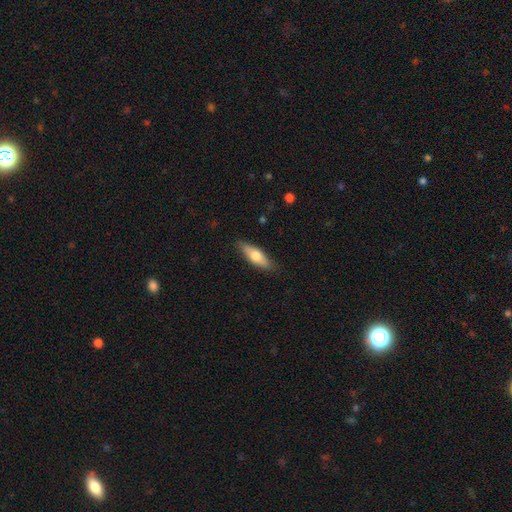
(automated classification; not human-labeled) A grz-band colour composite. It shows a smooth galaxy with no disk features (67%) that is in between round and cigar-shaped (57%). Merging: none (84%).